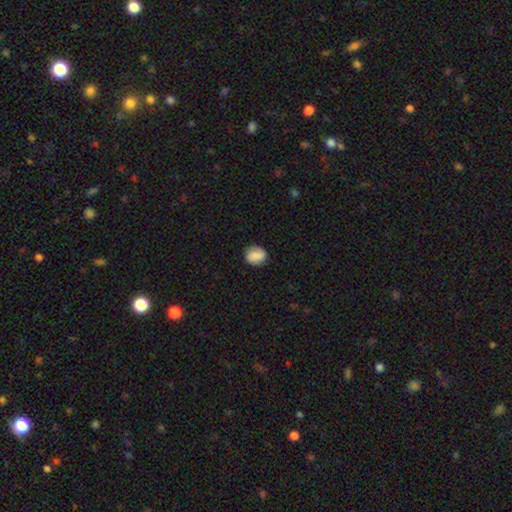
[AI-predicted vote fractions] Morphology: type=smooth (77%); roundness=round (59%); merging=none (79%).